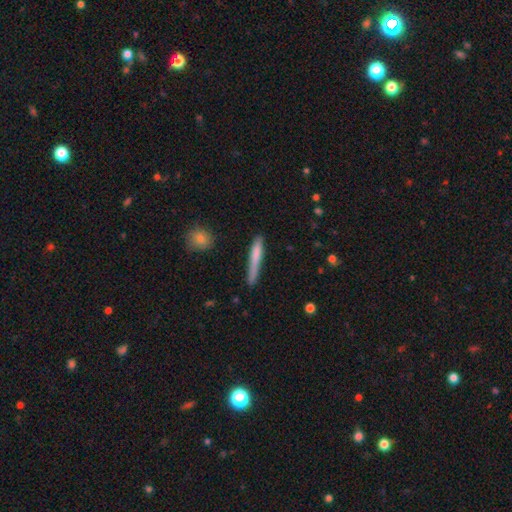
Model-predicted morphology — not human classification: The model was most divided on "smooth or featured": smooth: 73%, featured or disk: 21%, star or artifact: 6%. More confident: how rounded — cigar-shaped (94%); merging — none (73%).